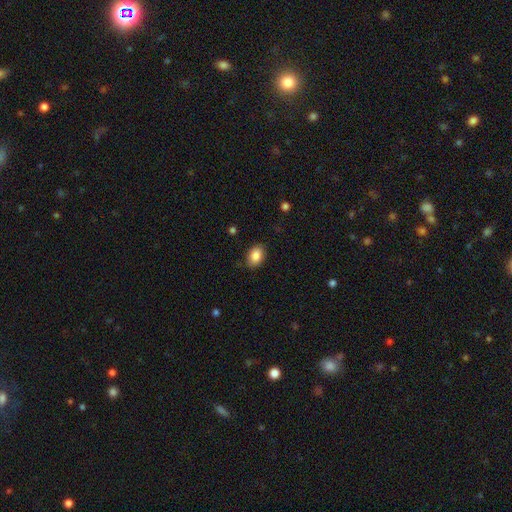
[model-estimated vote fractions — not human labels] Q: Smooth or featured?
A: smooth (86%); runner-up: star or artifact (8%)
Q: How rounded?
A: in between (82%); runner-up: round (17%)
Q: Merging?
A: none (84%); runner-up: minor disturbance (12%)